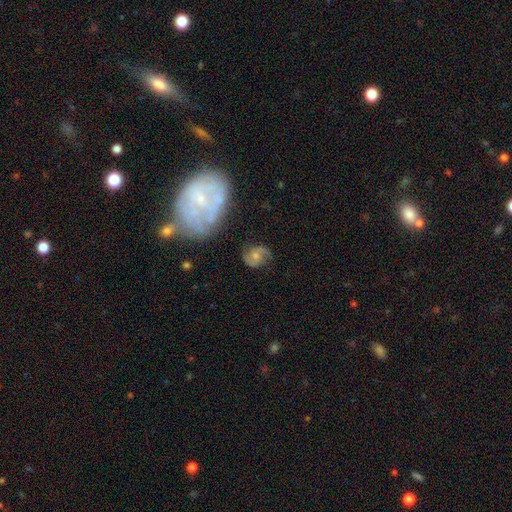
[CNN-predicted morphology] featured or disk 68%, smooth 23%, star or artifact 9%. Down the decision tree: edge-on disk — no (97%); bar — no (62%); spiral arms — yes (93%); spiral arm count — 2 (84%); spiral winding — medium (49%); bulge size — moderate (50%); merging — none (70%).